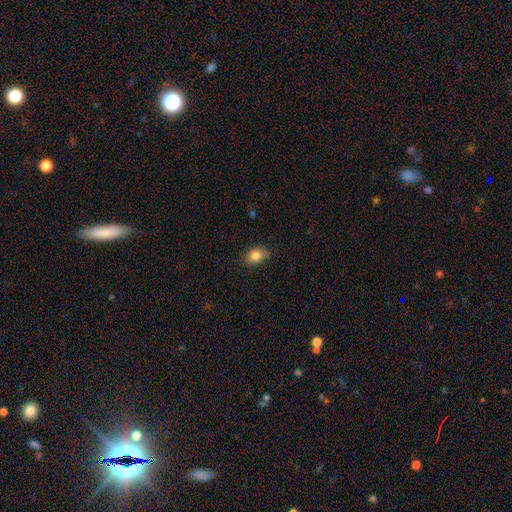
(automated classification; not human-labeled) smooth-or-featured: smooth: 83% | star or artifact: 8% | featured or disk: 8%
  how-rounded: in between: 83% | round: 15% | cigar-shaped: 2%
  merging: none: 84% | minor disturbance: 12% | major disturbance: 2% | merger: 1%